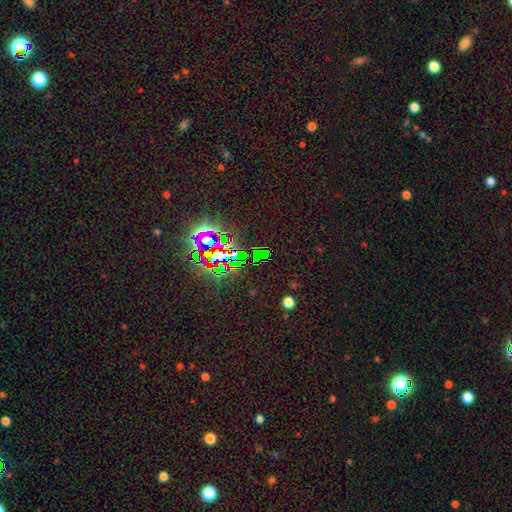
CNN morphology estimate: type=star or artifact (77%).